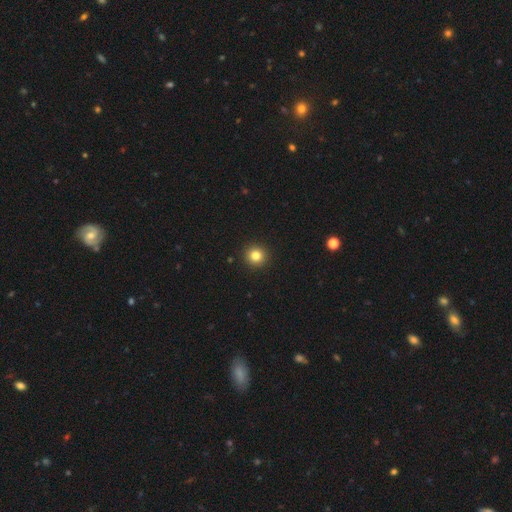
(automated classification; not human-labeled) smooth 83%, star or artifact 11%, featured or disk 6%. Down the decision tree: how rounded — round (94%); merging — none (93%).